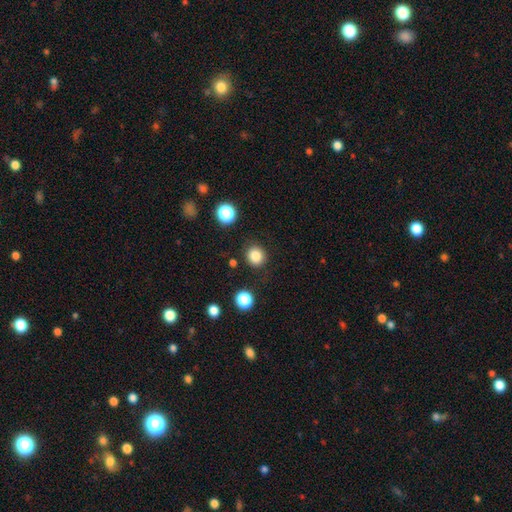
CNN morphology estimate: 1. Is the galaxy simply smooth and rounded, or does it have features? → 83% smooth, 12% star or artifact, 5% featured or disk.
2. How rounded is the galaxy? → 87% round, 12% in between, 1% cigar-shaped.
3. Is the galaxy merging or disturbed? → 87% none, 8% minor disturbance, 3% major disturbance, 2% merger.